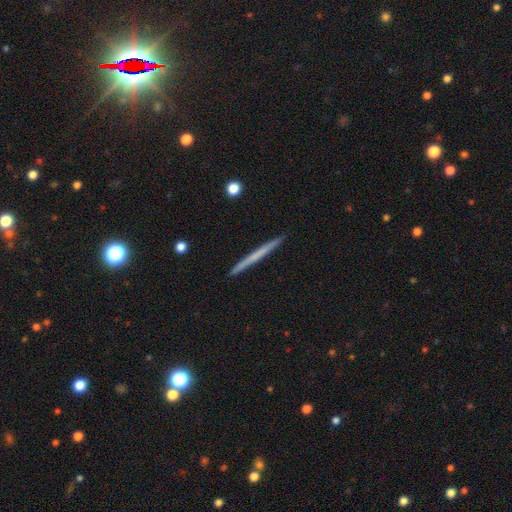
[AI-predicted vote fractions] The model was most divided on "smooth or featured": smooth: 49%, featured or disk: 45%, star or artifact: 6%. More confident: merging — none (93%).